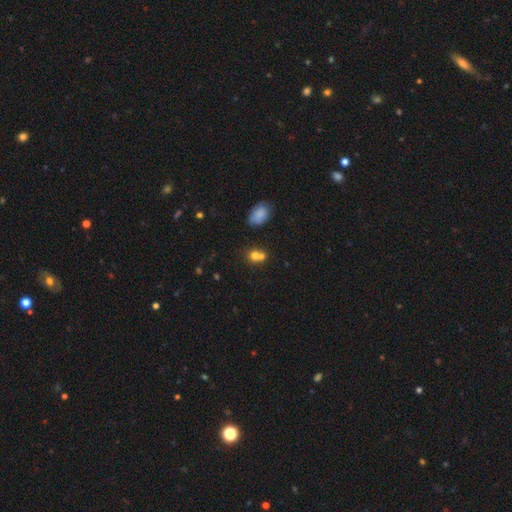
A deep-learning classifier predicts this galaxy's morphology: This is likely a smooth galaxy (71%). How rounded: likely round (69%). Merging: possibly merger (49%).